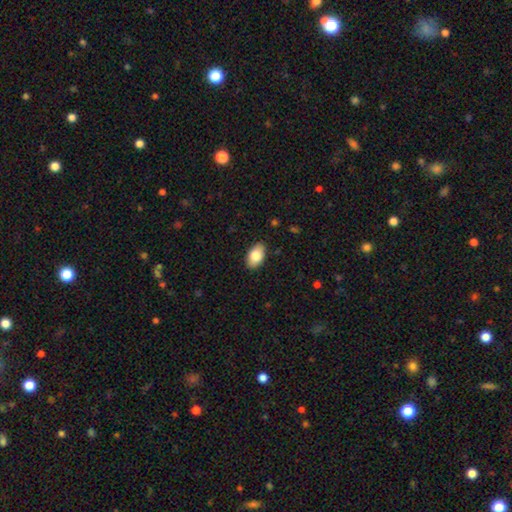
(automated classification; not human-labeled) Overall: smooth (81%). How rounded: in between (93%). Merging: none (87%).